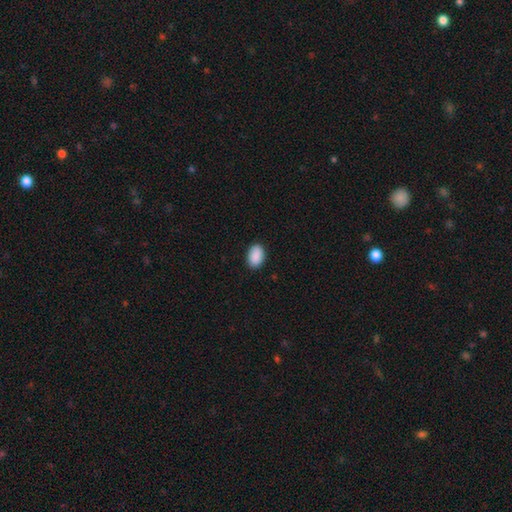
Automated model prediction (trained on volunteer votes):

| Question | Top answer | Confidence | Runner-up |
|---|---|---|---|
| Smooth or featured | smooth | 91% | star or artifact (7%) |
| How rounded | in between | 87% | round (12%) |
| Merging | none | 88% | minor disturbance (9%) |